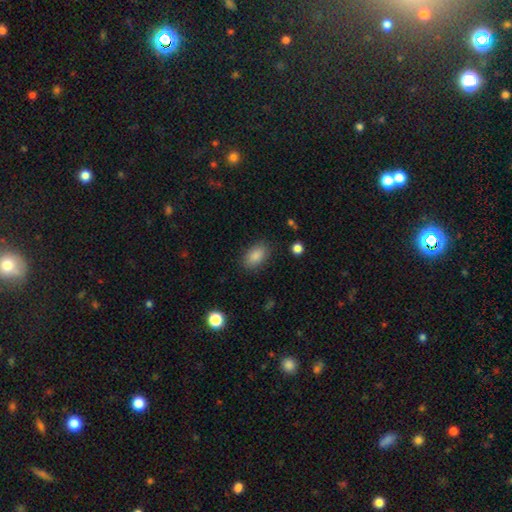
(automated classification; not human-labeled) smooth 87%, star or artifact 8%, featured or disk 5%. Down the decision tree: how rounded — in between (90%); merging — none (85%).